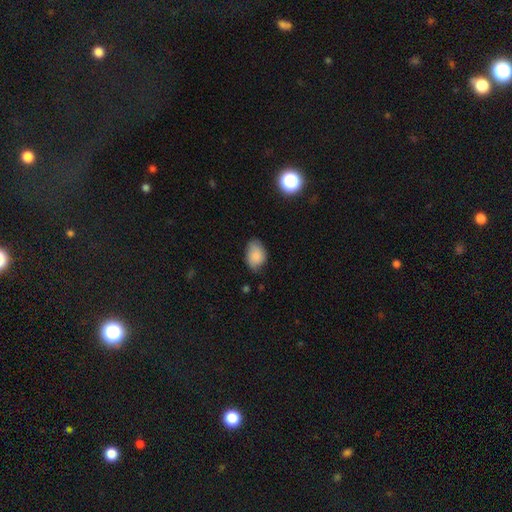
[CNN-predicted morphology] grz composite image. It shows a smooth galaxy with no disk features (83%) that is in between round and cigar-shaped (82%). Merging: none (64%).